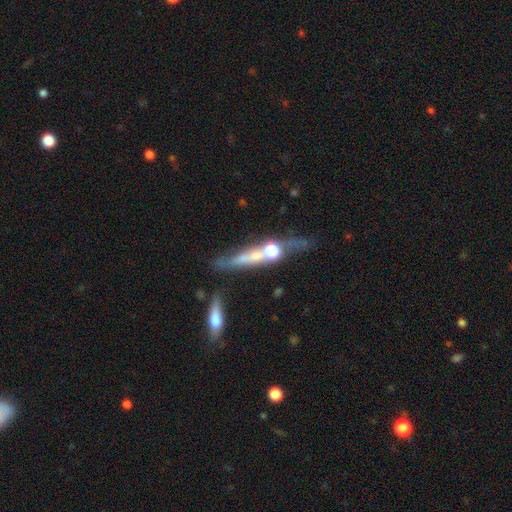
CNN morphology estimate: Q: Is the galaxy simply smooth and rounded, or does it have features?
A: featured or disk — 54%.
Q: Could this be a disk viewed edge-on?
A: yes — 80%.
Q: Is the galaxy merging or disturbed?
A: none — 49%.